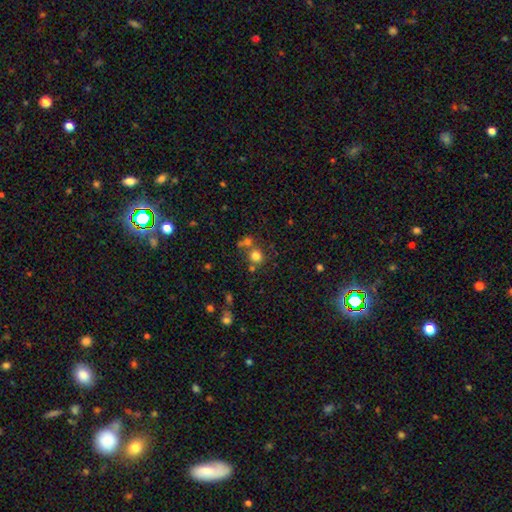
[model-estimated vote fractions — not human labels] Smooth or featured?
  - smooth: 77% *
  - star or artifact: 15%
  - featured or disk: 8%
How rounded?
  - round: 87% *
  - in between: 12%
  - cigar-shaped: 1%
Merging?
  - none: 63% *
  - merger: 24%
  - minor disturbance: 9%
  - major disturbance: 4%